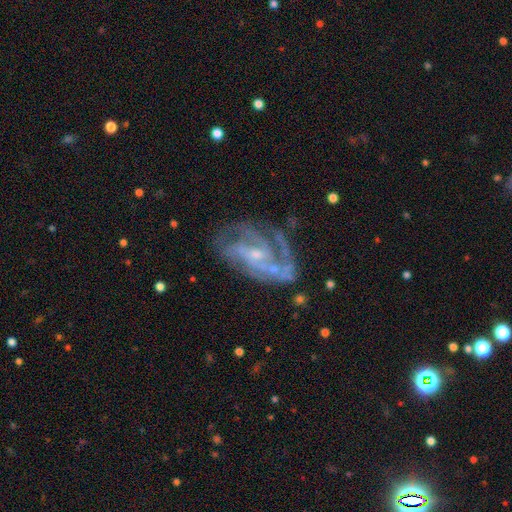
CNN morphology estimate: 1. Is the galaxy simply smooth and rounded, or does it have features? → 86% featured or disk, 8% smooth, 6% star or artifact.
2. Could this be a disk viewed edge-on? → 97% no, 3% yes.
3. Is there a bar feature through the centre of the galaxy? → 45% no, 43% weak, 12% strong.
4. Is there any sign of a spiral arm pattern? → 93% yes, 7% no.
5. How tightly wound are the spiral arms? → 45% medium, 41% tight, 14% loose.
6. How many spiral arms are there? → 28% 3 (tied), 28% 2 (tied), 24% can't tell, 8% 4, 7% 1, 5% more than 4.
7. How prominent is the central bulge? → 61% small, 30% moderate, 6% none, 2% large, 1% dominant.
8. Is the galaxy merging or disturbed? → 56% none, 22% minor disturbance, 19% major disturbance, 4% merger.